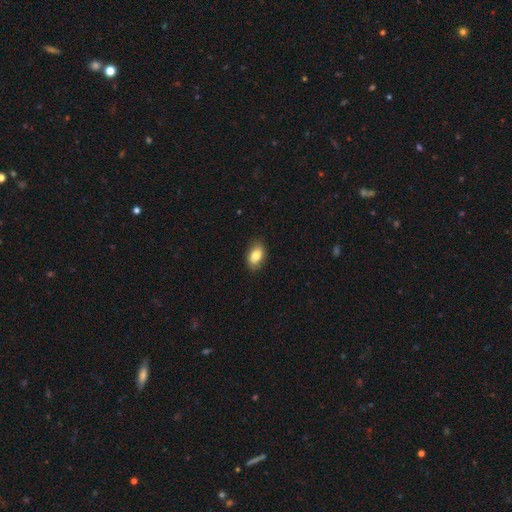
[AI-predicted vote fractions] This appears to be a smooth galaxy with no disk features (83%) that is in between round and cigar-shaped (90%). Merging: none (86%).